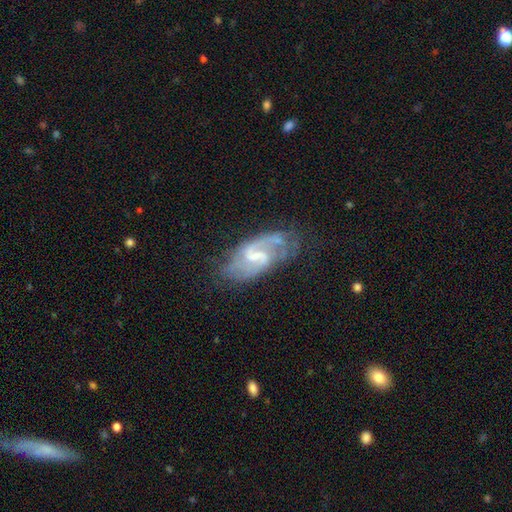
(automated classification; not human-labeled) The model was most divided on "bulge size": small: 44%, moderate: 31%, none: 21%, large: 3%, dominant: 1%. More confident: edge-on disk — no (96%); spiral arms — yes (94%); smooth or featured — featured or disk (84%); spiral arm count — 2 (77%); merging — none (64%); bar — weak (60%); spiral winding — medium (51%).